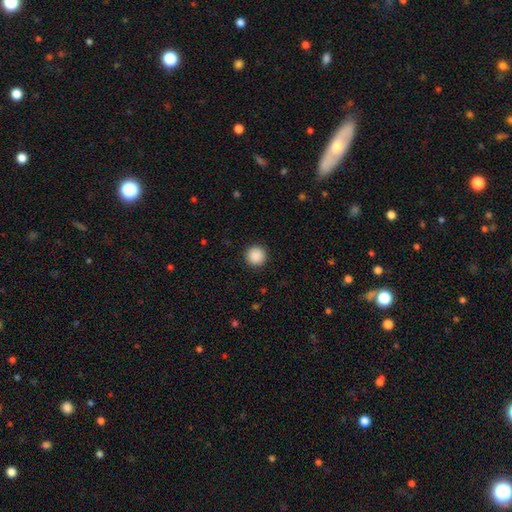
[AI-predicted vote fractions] smooth_or_featured: smooth (p=0.89) [alt: star or artifact p=0.09]
how_rounded: round (p=0.96) [alt: in between p=0.03]
merging: none (p=0.92) [alt: minor disturbance p=0.05]